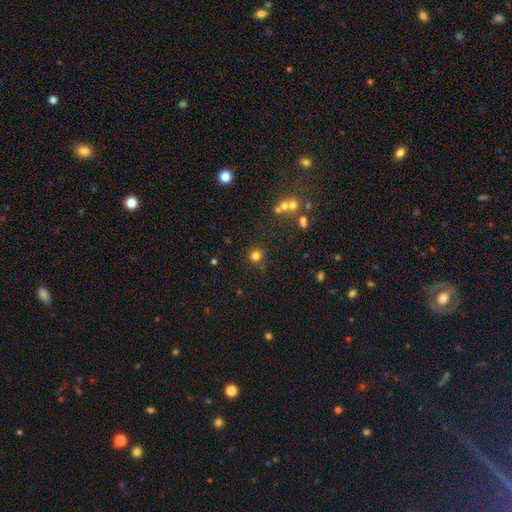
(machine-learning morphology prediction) This appears to be a smooth galaxy with no disk features (78%) that is round (93%). Merging: none (86%).